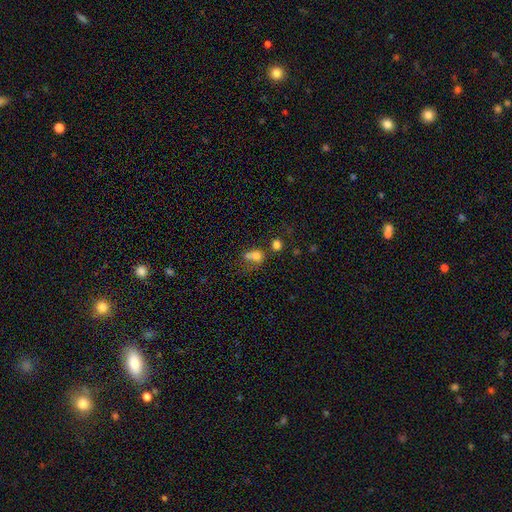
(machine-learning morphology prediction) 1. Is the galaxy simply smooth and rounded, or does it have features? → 72% smooth, 15% star or artifact, 14% featured or disk.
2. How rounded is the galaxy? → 56% round, 42% in between, 2% cigar-shaped.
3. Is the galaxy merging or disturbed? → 44% merger, 31% none, 13% minor disturbance, 12% major disturbance.